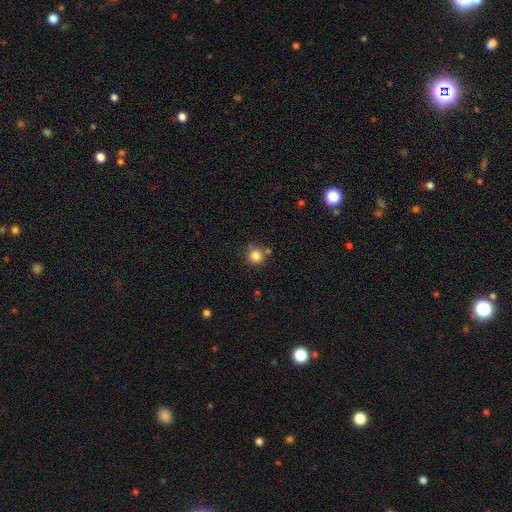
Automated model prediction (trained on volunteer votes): Smooth or featured?
  - smooth: 83% *
  - star or artifact: 11%
  - featured or disk: 5%
How rounded?
  - round: 93% *
  - in between: 6%
  - cigar-shaped: 1%
Merging?
  - none: 76% *
  - minor disturbance: 11%
  - merger: 10%
  - major disturbance: 3%